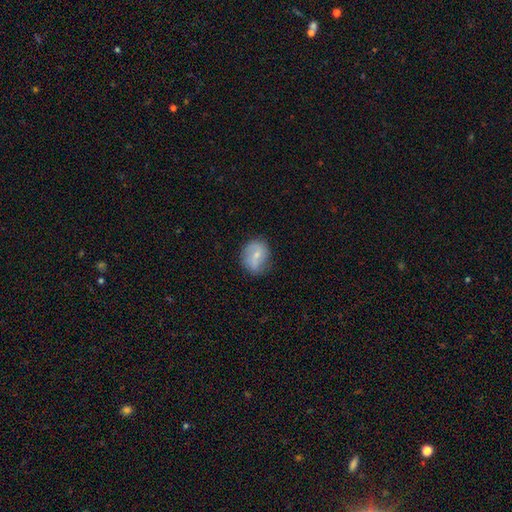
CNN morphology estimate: smooth 55%, featured or disk 37%, star or artifact 8%. Down the decision tree: how rounded — round (62%); merging — none (70%).